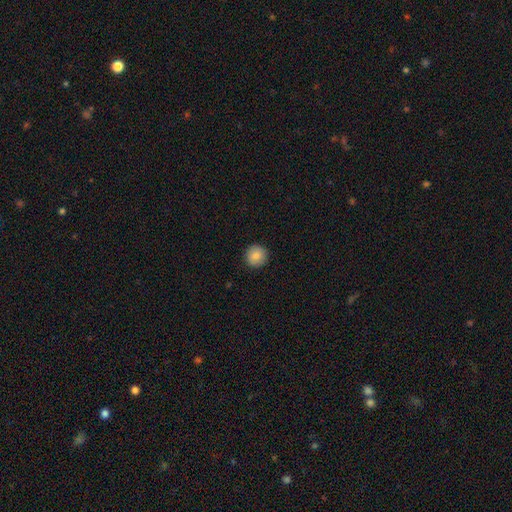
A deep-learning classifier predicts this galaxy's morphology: smooth-or-featured: smooth: 84% | star or artifact: 8% | featured or disk: 7%
  how-rounded: round: 95% | in between: 4% | cigar-shaped: 1%
  merging: none: 92% | minor disturbance: 6% | major disturbance: 2% | merger: 1%